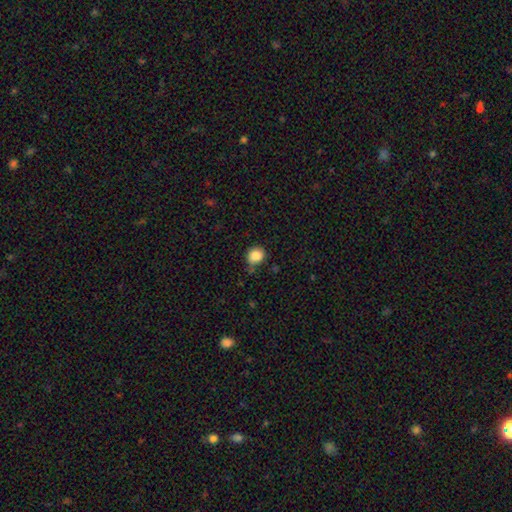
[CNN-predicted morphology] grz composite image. It shows a smooth galaxy with no disk features (86%) that is round (76%). Merging: none (68%).